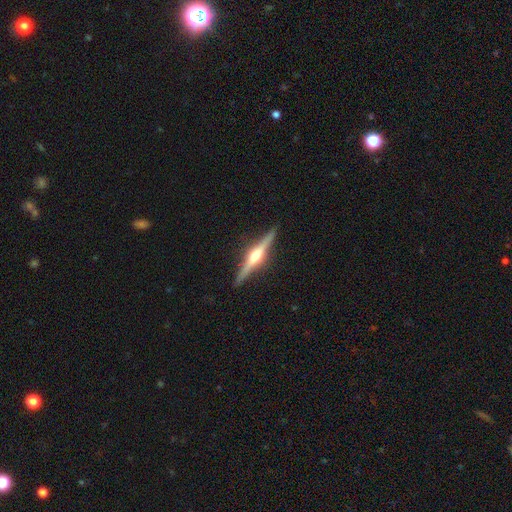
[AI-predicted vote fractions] Overall: featured or disk (80%). Edge-on disk: yes (98%). Edge-on bulge: rounded (92%). Merging: none (90%).